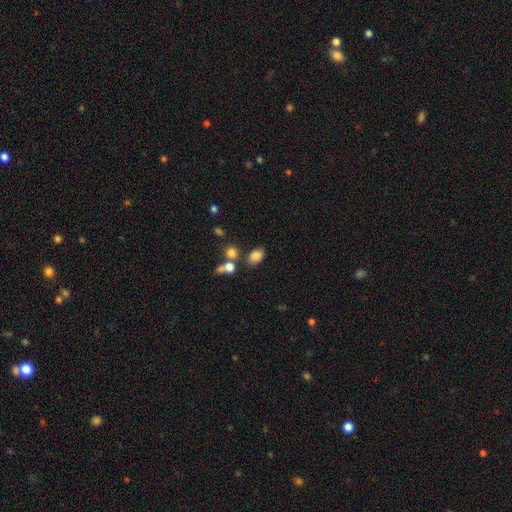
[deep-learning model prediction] Overall: smooth (81%). How rounded: in between (80%). Merging: none (65%).